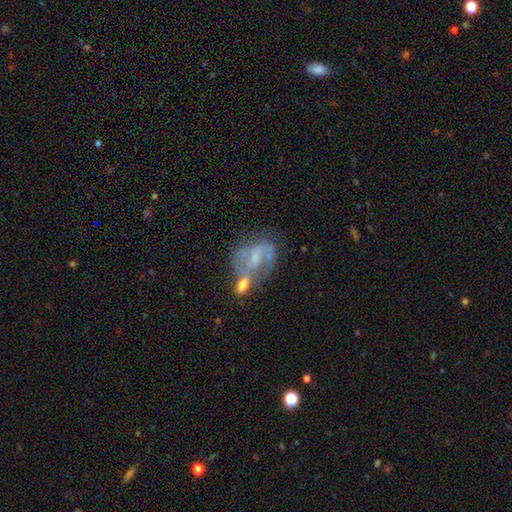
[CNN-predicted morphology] This is likely a featured or disk galaxy (73%). It is clearly not viewed edge-on (97%). Bar: possibly weak (48%). Spiral arm pattern: clearly yes (83%). Spiral arm count: likely 2 (69%). Spiral winding: possibly medium (49%). Central bulge: possibly small (51%). Merging: marginally merger (43%).